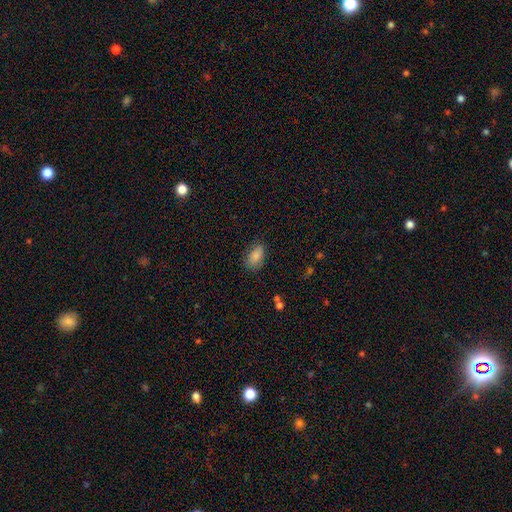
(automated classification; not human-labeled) This appears to be a smooth galaxy with no disk features (86%) that is in between round and cigar-shaped (90%). Merging: none (77%).